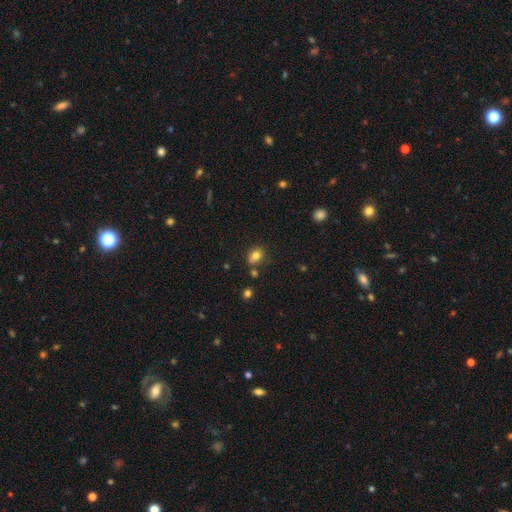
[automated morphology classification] The model was most divided on "how rounded": in between: 50%, round: 48%, cigar-shaped: 1%. More confident: smooth or featured — smooth (77%); merging — none (60%).